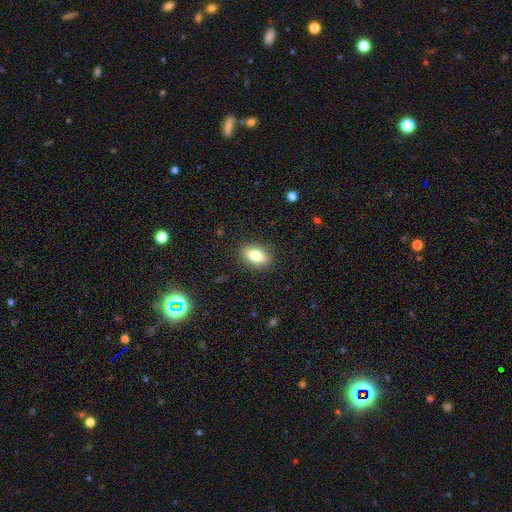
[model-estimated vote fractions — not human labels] This is likely a smooth galaxy (77%). How rounded: clearly in between (83%). Merging: clearly none (88%).